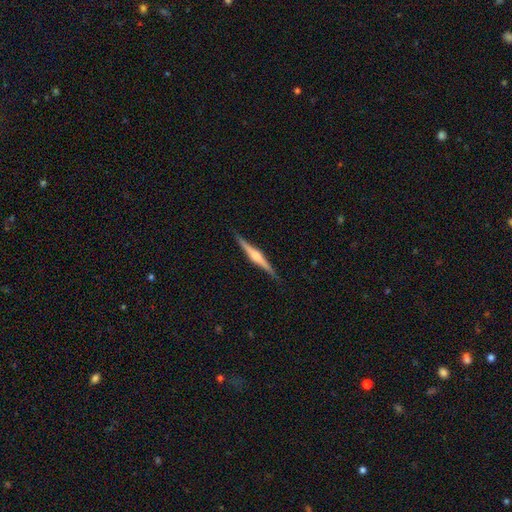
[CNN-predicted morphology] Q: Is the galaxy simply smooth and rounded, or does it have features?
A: featured or disk — 77%.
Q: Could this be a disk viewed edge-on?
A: yes — 98%.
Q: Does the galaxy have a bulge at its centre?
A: rounded — 80%.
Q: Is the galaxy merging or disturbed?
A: none — 89%.